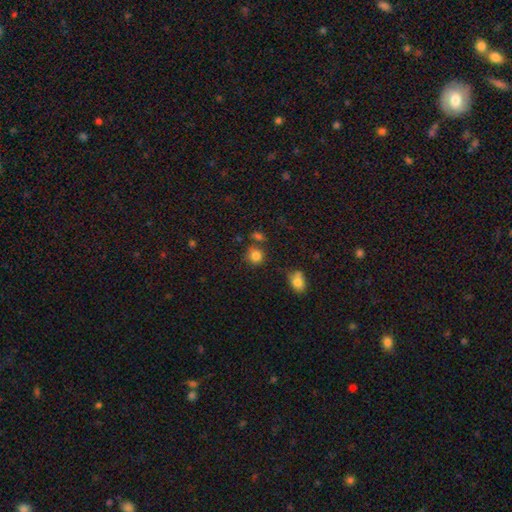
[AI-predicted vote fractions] The model was most divided on "merging": none: 70%, minor disturbance: 13%, merger: 12%, major disturbance: 4%. More confident: how rounded — round (85%); smooth or featured — smooth (83%).